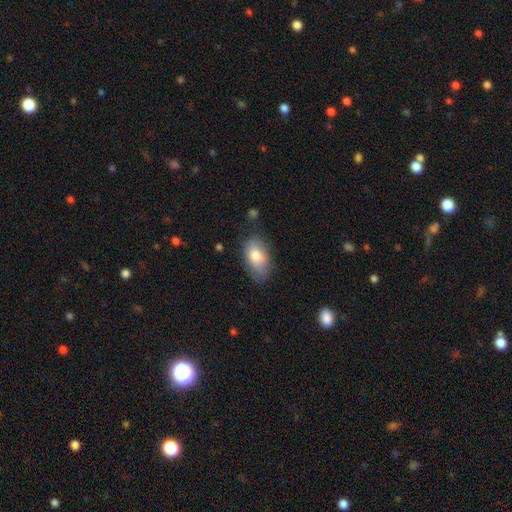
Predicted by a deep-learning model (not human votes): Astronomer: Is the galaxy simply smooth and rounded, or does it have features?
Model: smooth — 77%.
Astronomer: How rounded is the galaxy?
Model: in between — 92%.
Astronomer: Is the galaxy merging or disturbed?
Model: none — 67%.